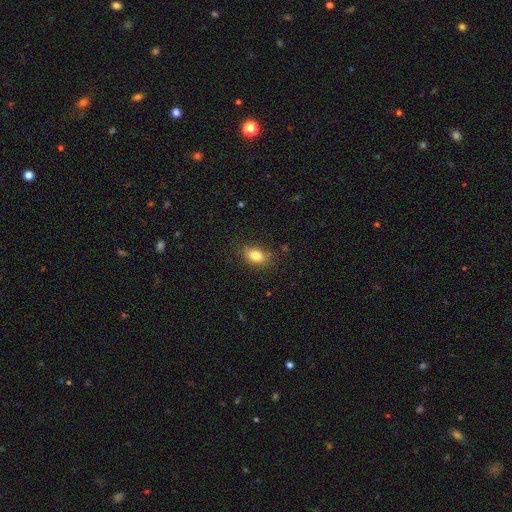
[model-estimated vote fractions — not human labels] Smooth or featured: smooth — 81% (star or artifact — 9%)
How rounded: in between — 81% (round — 16%)
Merging: none — 82% (minor disturbance — 13%)